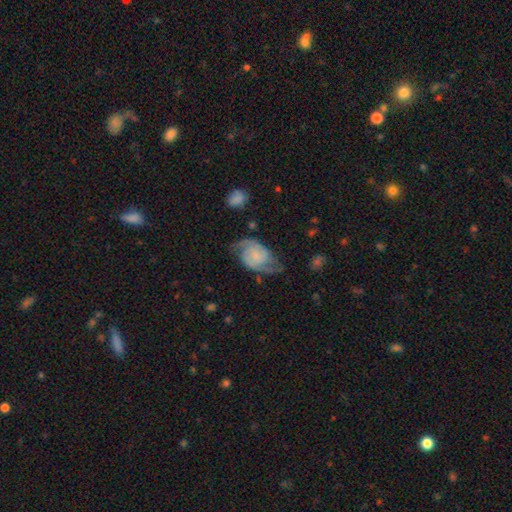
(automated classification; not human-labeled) The model was most divided on "bulge size": none: 41%, small: 35%, moderate: 14%, large: 7%, dominant: 3%. Remaining: edge-on disk — no (97%); spiral arms — yes (96%); spiral arm count — 2 (91%); smooth or featured — featured or disk (79%); merging — none (62%); bar — no (62%); spiral winding — medium (48%).